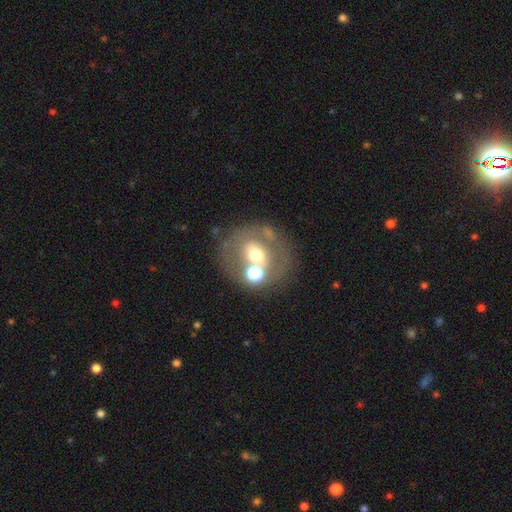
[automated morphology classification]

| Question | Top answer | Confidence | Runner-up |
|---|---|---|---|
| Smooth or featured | featured or disk | 43% | smooth (42%) |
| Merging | none | 59% | merger (20%) |